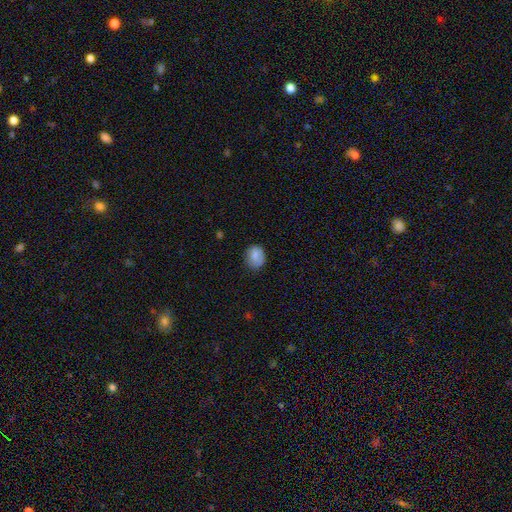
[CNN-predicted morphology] This appears to be a smooth galaxy with no disk features (80%) that is round (54%). Merging: none (72%).